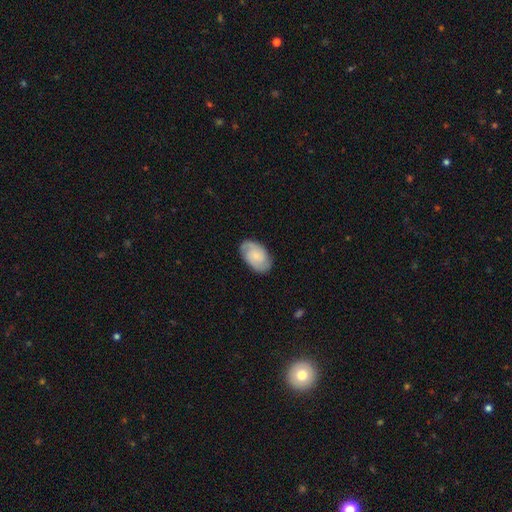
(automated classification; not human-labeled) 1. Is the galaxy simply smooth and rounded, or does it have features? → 53% featured or disk, 41% smooth, 7% star or artifact.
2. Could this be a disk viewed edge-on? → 96% no, 4% yes.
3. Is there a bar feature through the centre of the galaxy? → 66% no, 30% weak, 4% strong.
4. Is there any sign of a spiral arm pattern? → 91% yes, 9% no.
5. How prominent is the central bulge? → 53% small, 22% moderate, 20% none, 4% large, 2% dominant.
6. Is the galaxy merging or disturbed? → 81% none, 14% minor disturbance, 4% major disturbance, 1% merger.